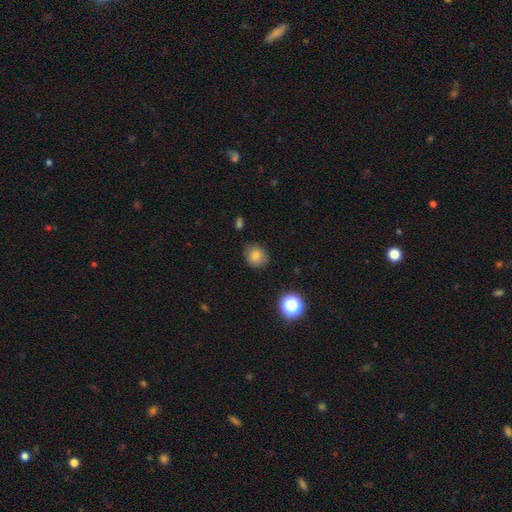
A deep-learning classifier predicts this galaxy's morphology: Smooth or featured? smooth (80%)
How rounded? round (77%)
Merging? none (81%)